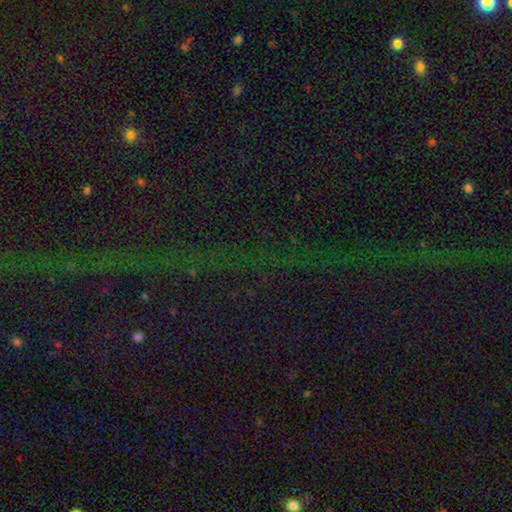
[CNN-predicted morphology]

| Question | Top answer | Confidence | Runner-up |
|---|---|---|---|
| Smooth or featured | star or artifact | 78% | smooth (12%) |